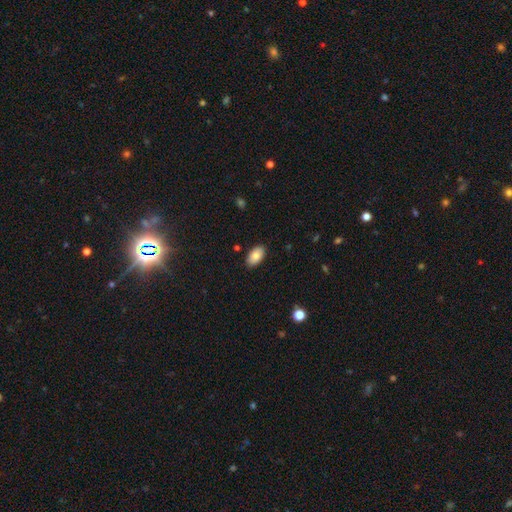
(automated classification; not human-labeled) A smooth galaxy with no disk features (82%) that is in between round and cigar-shaped (95%). Merging: none (88%).